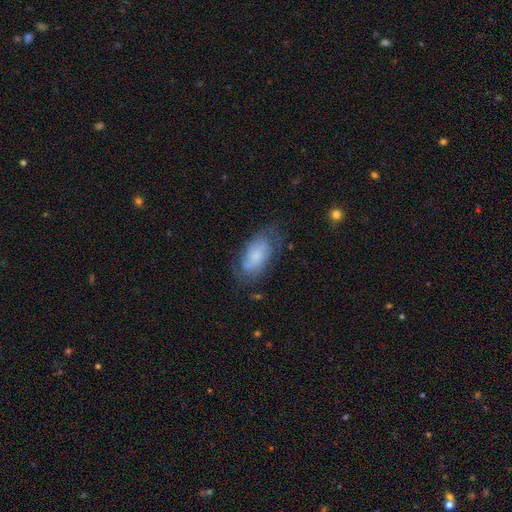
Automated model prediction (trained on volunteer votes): A featured or disk galaxy (52%).

Vote fractions:
- Smooth or featured? featured or disk: 52% / smooth: 39% / star or artifact: 9%
- Edge-on disk? no: 93% / yes: 7%
- Merging? none: 66% / minor disturbance: 23% / major disturbance: 10% / merger: 2%